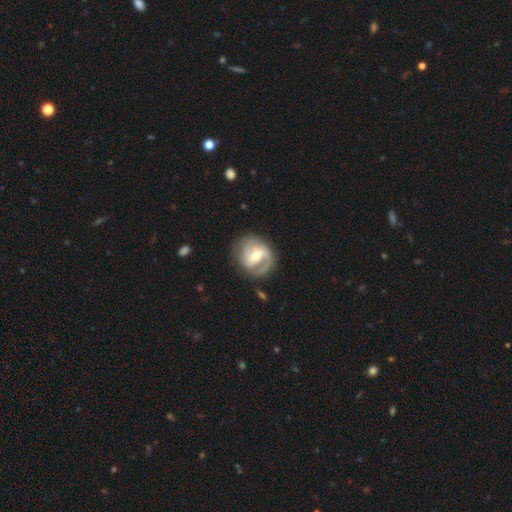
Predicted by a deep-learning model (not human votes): The model was most divided on "spiral winding": medium: 48%, tight: 36%, loose: 17%. Remaining: edge-on disk — no (98%); spiral arms — yes (96%); smooth or featured — featured or disk (86%); merging — none (75%); spiral arm count — 2 (68%); bulge size — moderate (62%); bar — weak (49%).